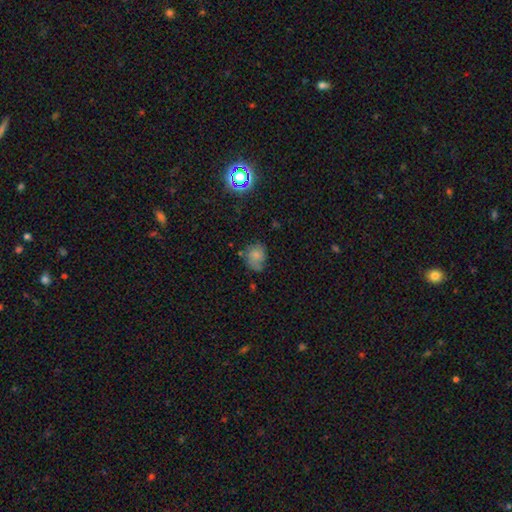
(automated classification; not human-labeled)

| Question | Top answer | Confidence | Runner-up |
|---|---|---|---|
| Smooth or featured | smooth | 61% | featured or disk (25%) |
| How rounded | round | 61% | in between (38%) |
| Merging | none | 54% | minor disturbance (30%) |